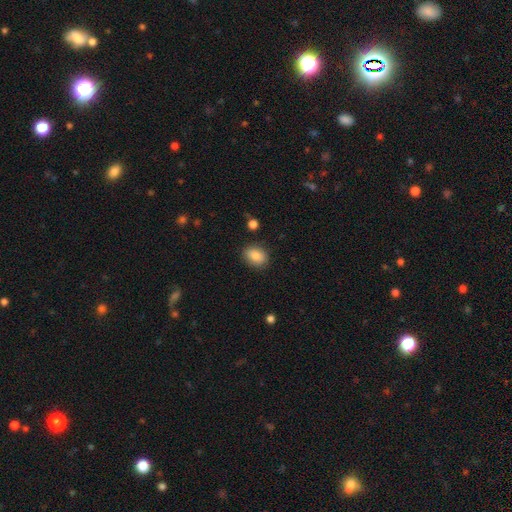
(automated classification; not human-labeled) Overall: smooth (85%). How rounded: in between (65%; round 33%). Merging: none (85%).